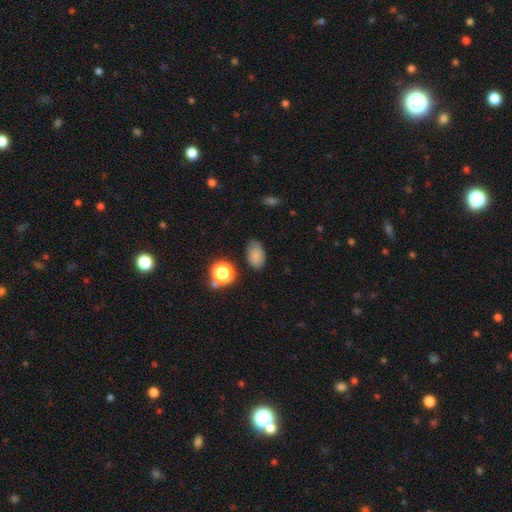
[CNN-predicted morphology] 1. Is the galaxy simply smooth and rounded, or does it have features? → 79% smooth, 13% star or artifact, 8% featured or disk.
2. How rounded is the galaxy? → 86% in between, 12% round, 2% cigar-shaped.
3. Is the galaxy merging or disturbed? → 75% none, 18% minor disturbance, 4% major disturbance, 3% merger.